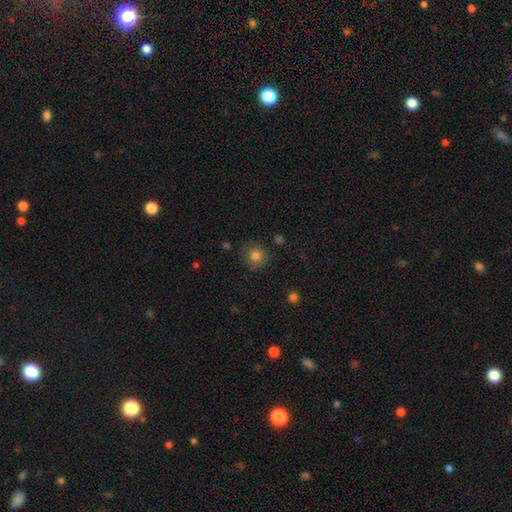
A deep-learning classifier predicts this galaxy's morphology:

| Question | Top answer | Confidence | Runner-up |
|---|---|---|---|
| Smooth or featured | smooth | 81% | star or artifact (11%) |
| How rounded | round | 90% | in between (9%) |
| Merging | none | 84% | minor disturbance (11%) |